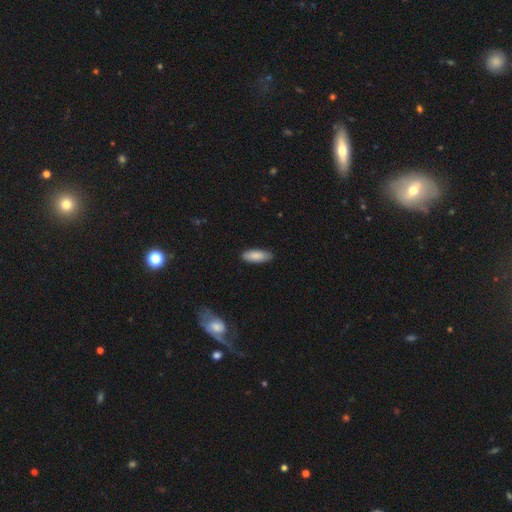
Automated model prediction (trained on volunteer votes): Q: Smooth or featured?
A: smooth (87%); runner-up: featured or disk (7%)
Q: How rounded?
A: in between (68%); runner-up: cigar-shaped (30%)
Q: Merging?
A: none (87%); runner-up: minor disturbance (10%)